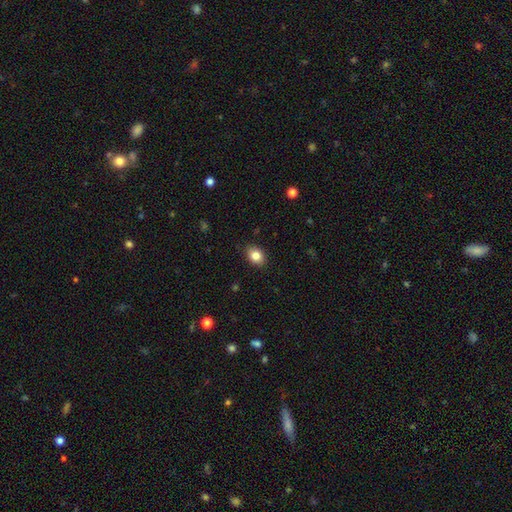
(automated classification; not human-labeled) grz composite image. It shows a smooth galaxy with no disk features (84%) that is in between round and cigar-shaped (65%). Merging: none (88%).